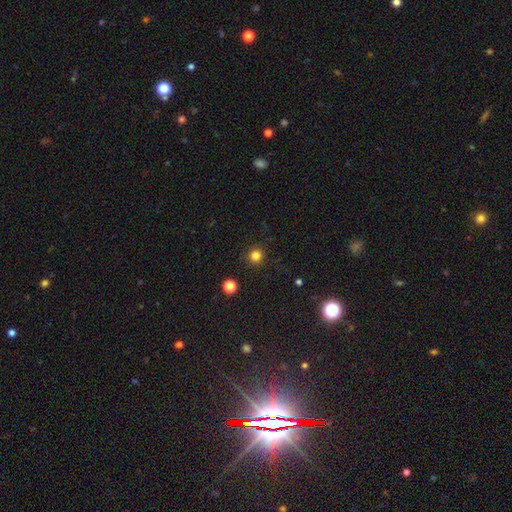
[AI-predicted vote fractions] smooth_or_featured: smooth (p=0.81) [alt: star or artifact p=0.15]
how_rounded: round (p=0.95) [alt: in between p=0.04]
merging: none (p=0.92) [alt: minor disturbance p=0.05]